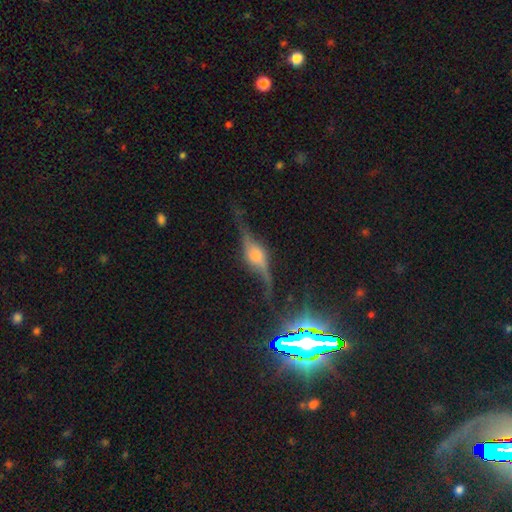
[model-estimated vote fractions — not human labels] Smooth or featured? Predicted: featured or disk (p=0.81). Edge-on disk? Predicted: yes (p=0.77). Edge-on bulge? Predicted: rounded (p=0.88). Merging? Predicted: none (p=0.65).